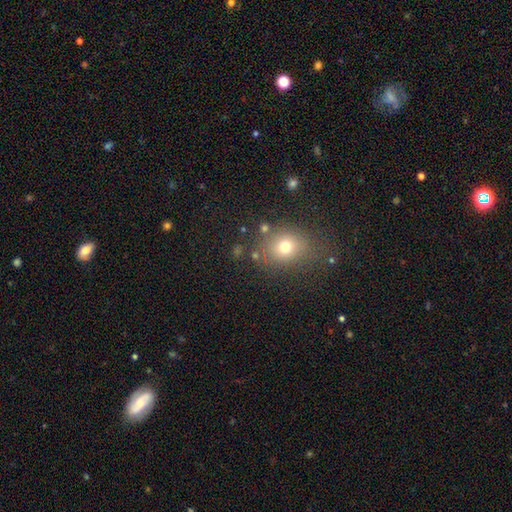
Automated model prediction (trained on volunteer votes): A smooth galaxy with no disk features (66%) that is round (62%). Merging: none (74%).